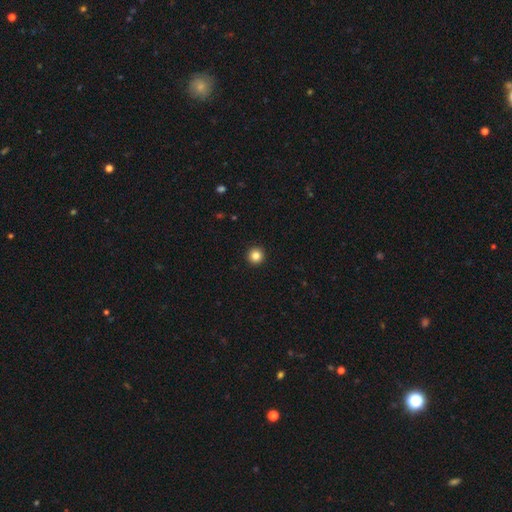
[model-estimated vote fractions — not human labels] Smooth or featured: smooth — 84% (star or artifact — 11%)
How rounded: round — 96% (in between — 3%)
Merging: none — 94% (minor disturbance — 4%)